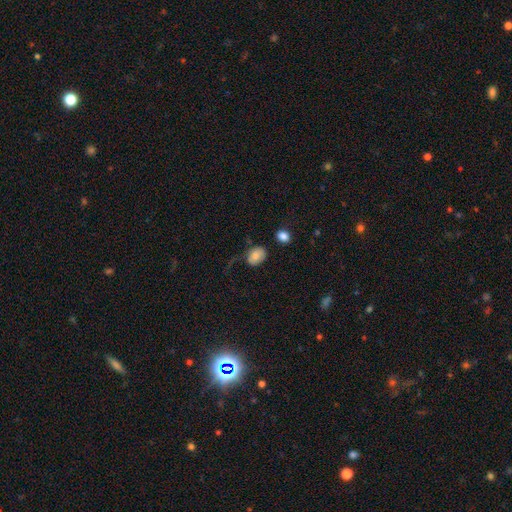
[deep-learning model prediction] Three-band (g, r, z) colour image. It shows a smooth galaxy with no disk features (80%) that is in between round and cigar-shaped (67%). Merging: none (57%).